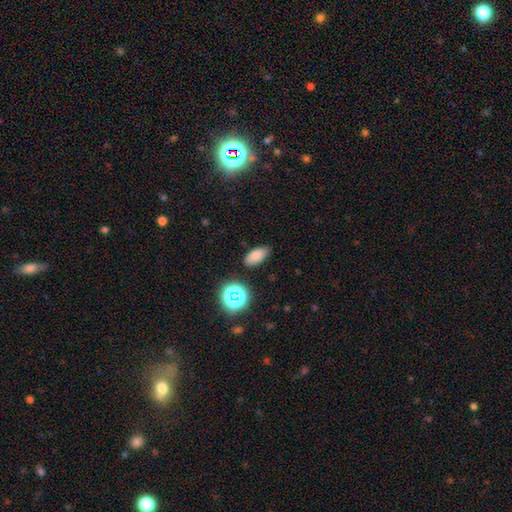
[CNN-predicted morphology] smooth_or_featured: smooth (p=0.78) [alt: star or artifact p=0.14]
how_rounded: in between (p=0.89) [alt: round p=0.07]
merging: none (p=0.79) [alt: minor disturbance p=0.16]